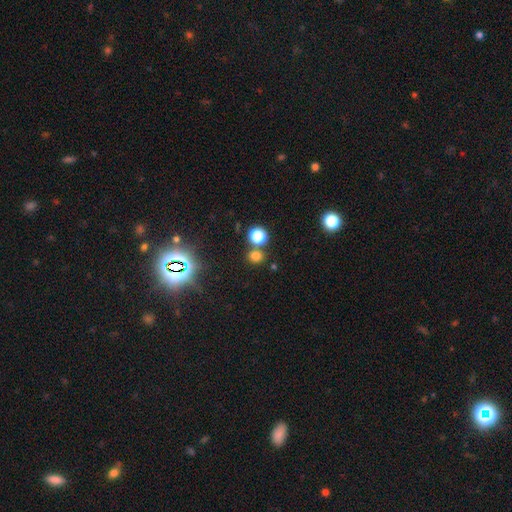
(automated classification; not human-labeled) This is likely a smooth galaxy (70%). How rounded: clearly round (83%). Merging: likely none (72%).